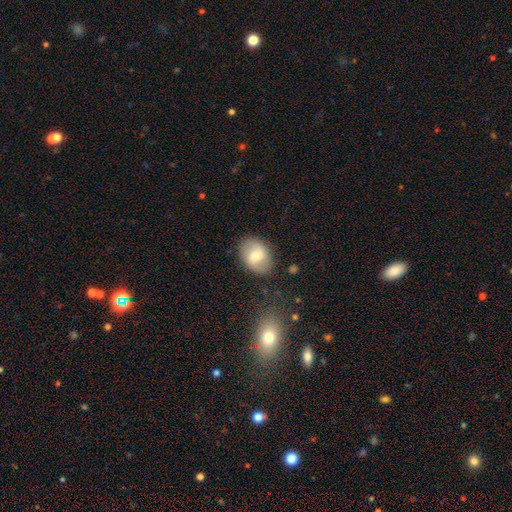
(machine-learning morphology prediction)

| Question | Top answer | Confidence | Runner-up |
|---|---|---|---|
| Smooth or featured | smooth | 48% | featured or disk (44%) |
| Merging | none | 81% | minor disturbance (13%) |